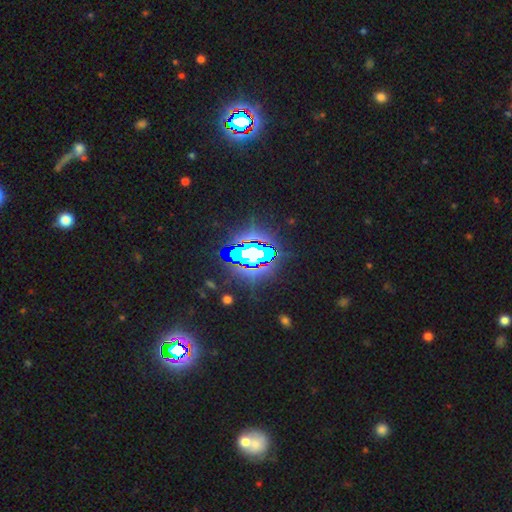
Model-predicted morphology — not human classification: Overall: star or artifact (73%).